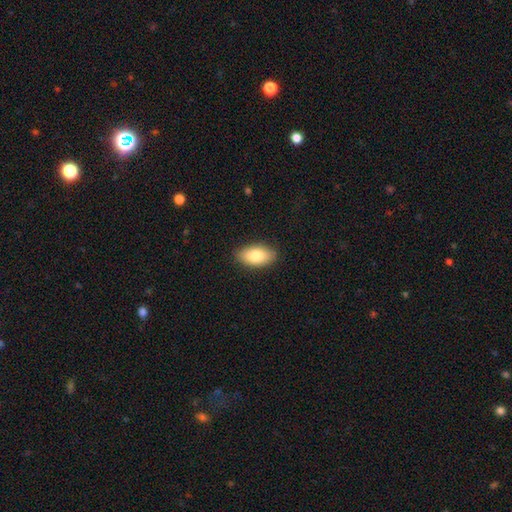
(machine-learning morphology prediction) Q: Smooth or featured?
A: smooth (82%); runner-up: featured or disk (12%)
Q: How rounded?
A: in between (93%); runner-up: round (4%)
Q: Merging?
A: none (87%); runner-up: minor disturbance (10%)